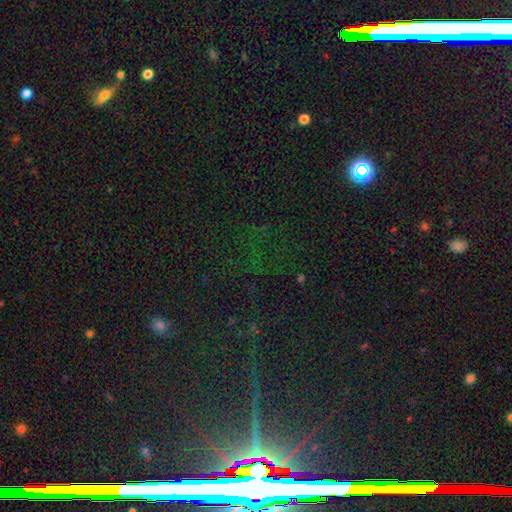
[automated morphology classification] This appears to be a star or artifact, not a galaxy (77%).